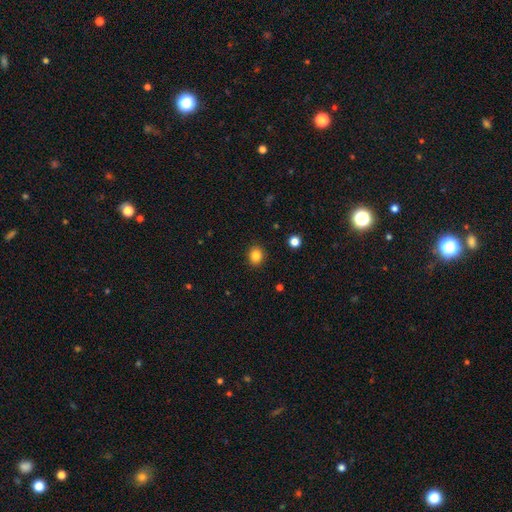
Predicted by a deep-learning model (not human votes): Overall: smooth (85%). How rounded: round (69%; in between 30%). Merging: none (90%).